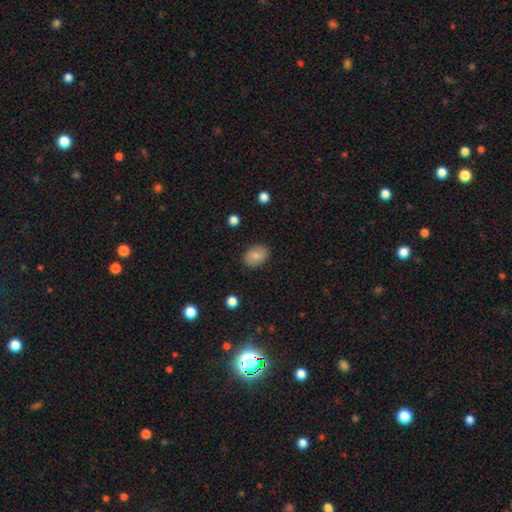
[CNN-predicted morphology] Smooth or featured? Predicted: smooth (p=0.79). How rounded? Predicted: in between (p=0.75). Merging? Predicted: none (p=0.85).